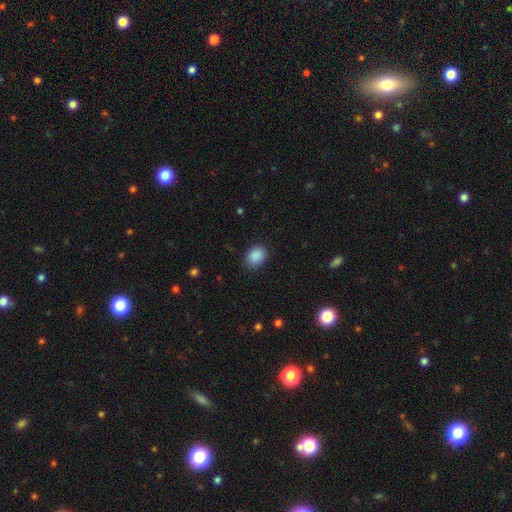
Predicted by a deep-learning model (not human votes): A smooth galaxy with no disk features (89%) that is in between round and cigar-shaped (55%).

Vote fractions:
- Smooth or featured? smooth: 89% / star or artifact: 8% / featured or disk: 3%
- How rounded? in between: 55% / round: 44% / cigar-shaped: 1%
- Merging? none: 84% / minor disturbance: 12% / major disturbance: 3% / merger: 1%